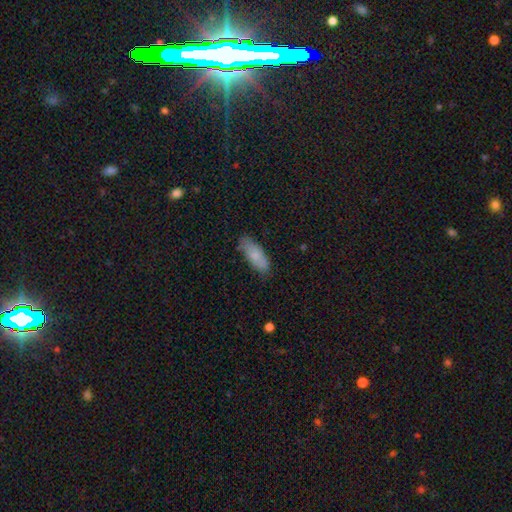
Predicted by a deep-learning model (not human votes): smooth_or_featured: smooth (p=0.78) [alt: featured or disk p=0.16]
how_rounded: in between (p=0.73) [alt: cigar-shaped p=0.25]
merging: none (p=0.79) [alt: minor disturbance p=0.17]